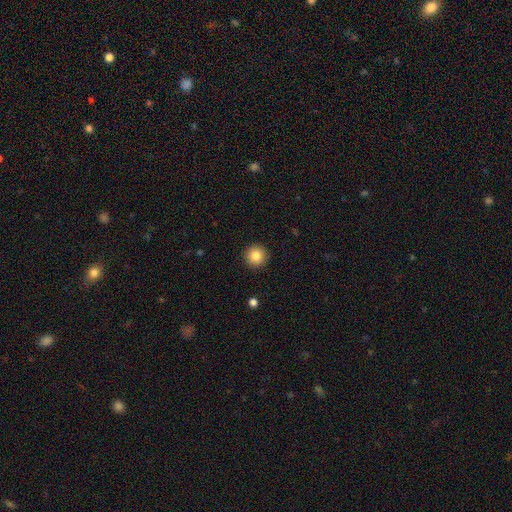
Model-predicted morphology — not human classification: type=smooth (85%); roundness=round (96%); merging=none (92%).